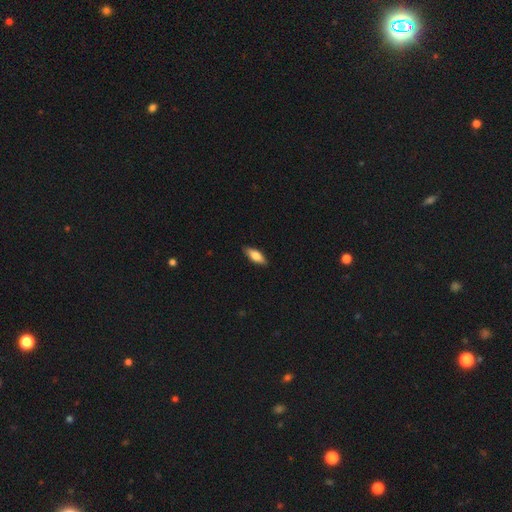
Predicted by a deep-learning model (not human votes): This is likely a smooth galaxy (71%). How rounded: likely in between (68%). Merging: clearly none (88%).